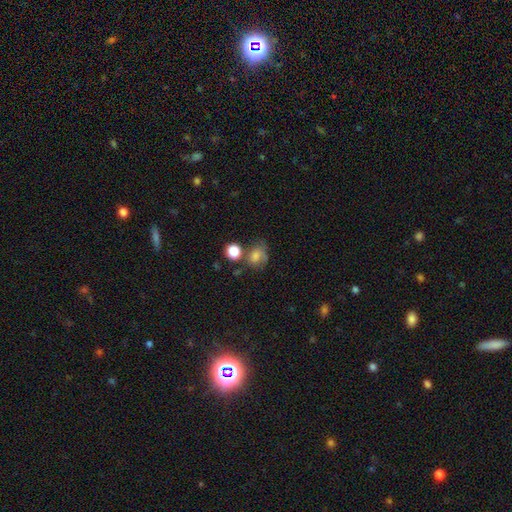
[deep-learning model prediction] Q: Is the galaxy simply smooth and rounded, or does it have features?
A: smooth — 59%.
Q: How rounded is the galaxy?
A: round — 54%.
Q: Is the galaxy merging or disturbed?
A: none — 47%.